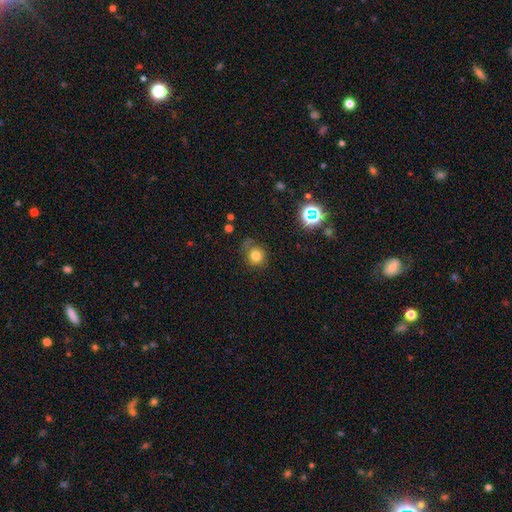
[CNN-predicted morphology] Overall: smooth (77%). How rounded: round (84%). Merging: none (67%).